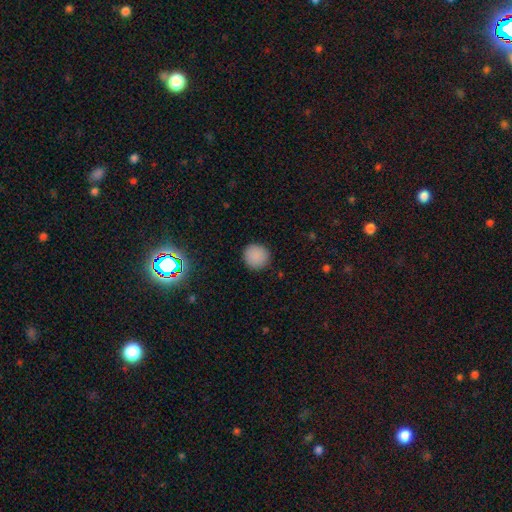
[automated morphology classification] A smooth galaxy with no disk features (88%) that is round (95%). Merging: none (91%).